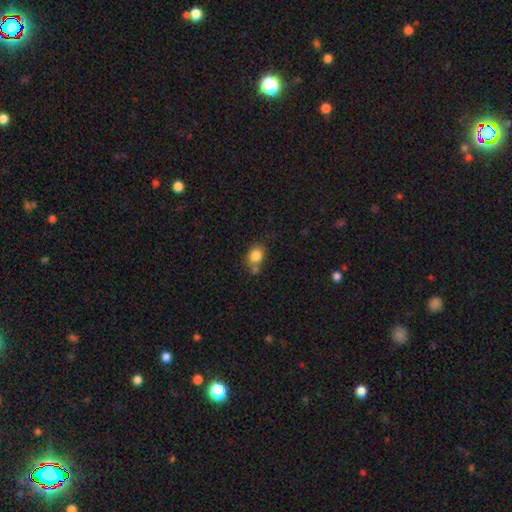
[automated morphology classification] The model was most divided on "how rounded": round: 56%, in between: 43%, cigar-shaped: 1%. More confident: smooth or featured — smooth (83%); merging — none (56%).